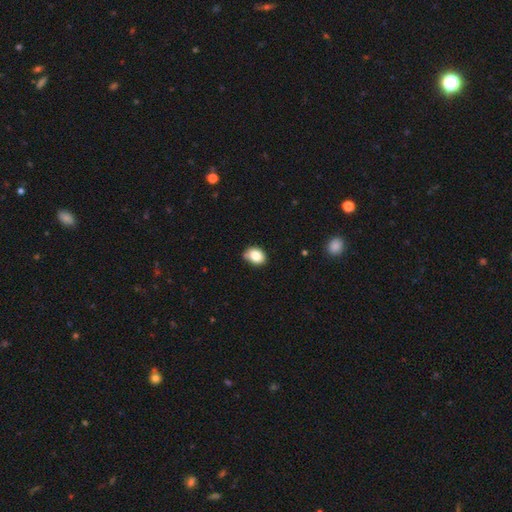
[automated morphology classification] smooth_or_featured: smooth (p=0.84) [alt: star or artifact p=0.09]
how_rounded: in between (p=0.67) [alt: round p=0.32]
merging: none (p=0.72) [alt: minor disturbance p=0.22]